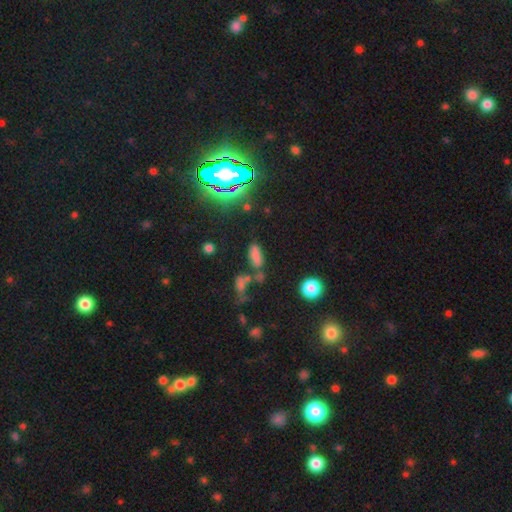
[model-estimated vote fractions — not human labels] This appears to be a smooth galaxy with no disk features (70%) that is in between round and cigar-shaped (74%). Merging: none (58%).